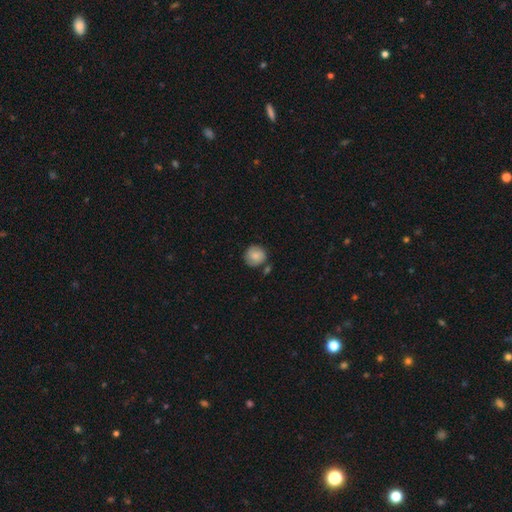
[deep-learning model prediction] A smooth galaxy with no disk features (83%) that is round (90%).

Vote fractions:
- Smooth or featured? smooth: 83% / featured or disk: 10% / star or artifact: 7%
- How rounded? round: 90% / in between: 9% / cigar-shaped: 1%
- Merging? none: 73% / minor disturbance: 15% / merger: 8% / major disturbance: 4%